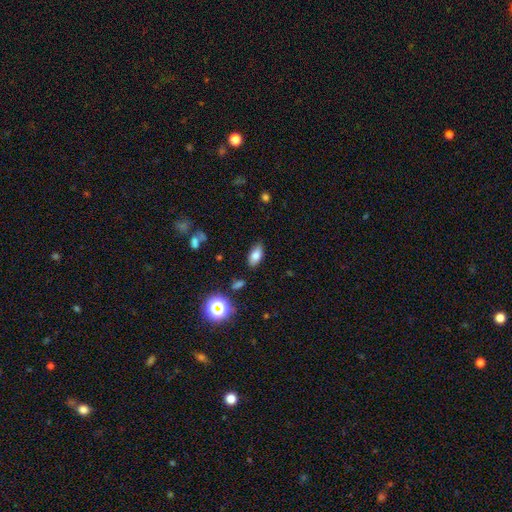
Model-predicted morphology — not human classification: smooth_or_featured: smooth (p=0.77) [alt: featured or disk p=0.12]
how_rounded: in between (p=0.89) [alt: cigar-shaped p=0.06]
merging: none (p=0.85) [alt: minor disturbance p=0.10]